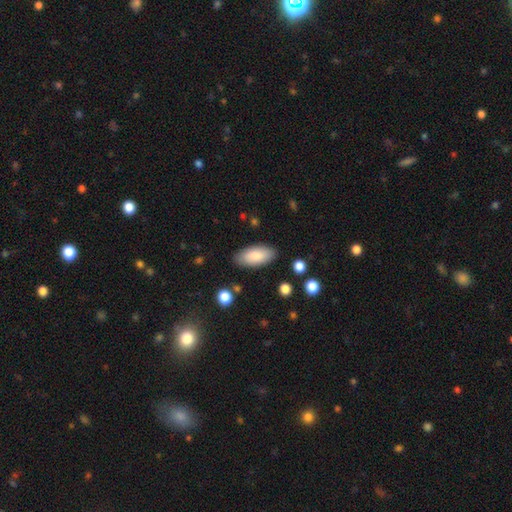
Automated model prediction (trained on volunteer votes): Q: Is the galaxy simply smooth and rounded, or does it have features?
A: smooth — 82%.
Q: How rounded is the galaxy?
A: in between — 89%.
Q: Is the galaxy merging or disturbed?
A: none — 85%.